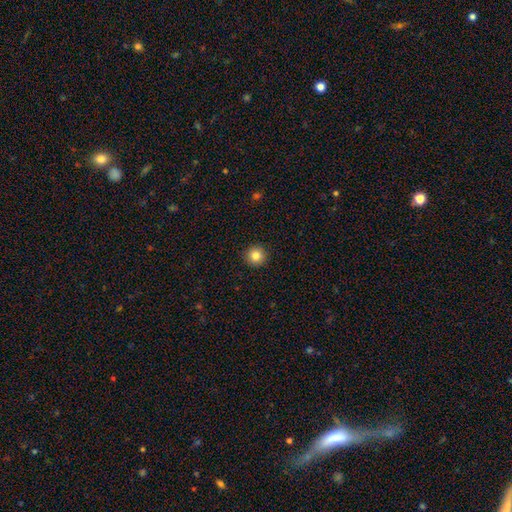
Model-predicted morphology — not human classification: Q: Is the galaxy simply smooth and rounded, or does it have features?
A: smooth — 84%.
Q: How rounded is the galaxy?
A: round — 95%.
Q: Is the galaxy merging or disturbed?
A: none — 93%.